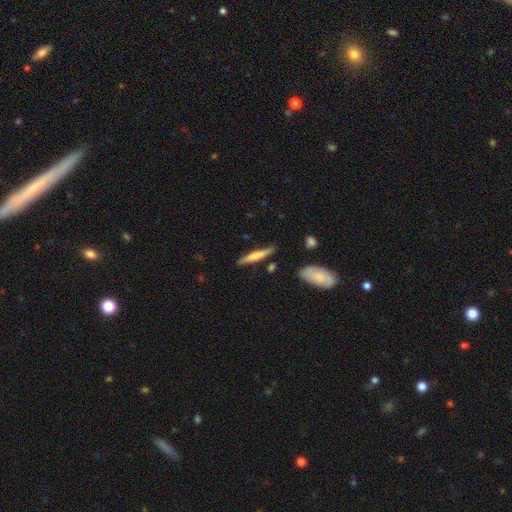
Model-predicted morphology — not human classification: type=smooth (63%); roundness=cigar-shaped (90%); merging=none (80%).